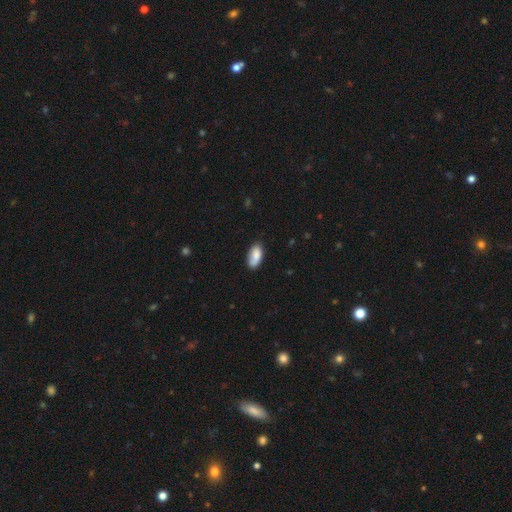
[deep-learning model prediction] A smooth galaxy with no disk features (84%) that is in between round and cigar-shaped (92%).

Vote fractions:
- Smooth or featured? smooth: 84% / featured or disk: 9% / star or artifact: 6%
- How rounded? in between: 92% / cigar-shaped: 6% / round: 2%
- Merging? none: 75% / minor disturbance: 20% / major disturbance: 4% / merger: 2%